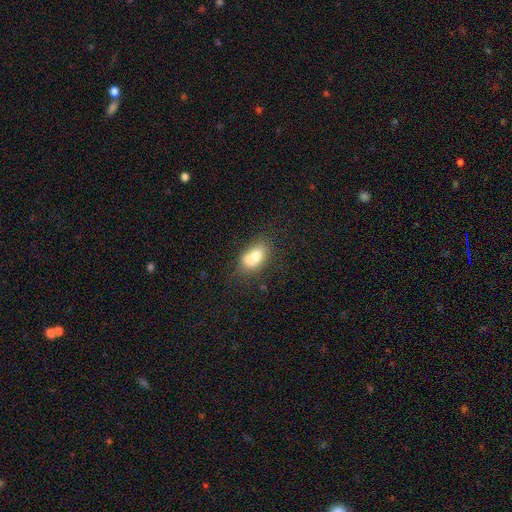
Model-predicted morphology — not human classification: This is likely a smooth galaxy (66%). How rounded: likely in between (69%). Merging: possibly merger (59%).